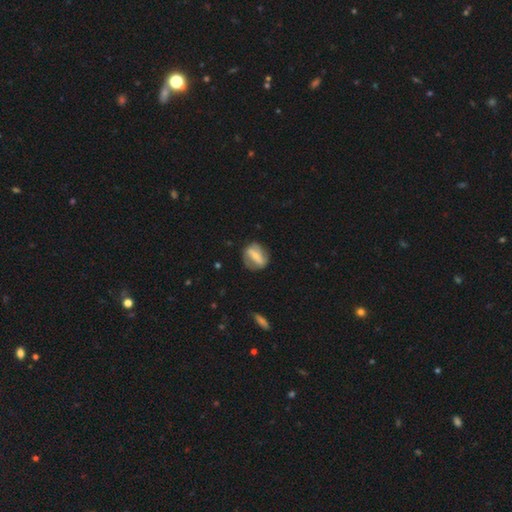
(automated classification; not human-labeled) Q: Smooth or featured?
A: featured or disk (61%); runner-up: smooth (32%)
Q: Edge-on disk?
A: no (91%); runner-up: yes (9%)
Q: Bar?
A: strong (62%); runner-up: weak (24%)
Q: Spiral arms?
A: yes (63%); runner-up: no (37%)
Q: Bulge size?
A: small (53%); runner-up: moderate (34%)
Q: Merging?
A: none (71%); runner-up: minor disturbance (20%)